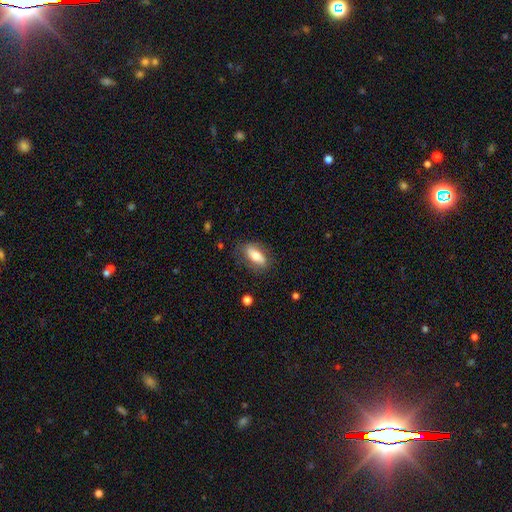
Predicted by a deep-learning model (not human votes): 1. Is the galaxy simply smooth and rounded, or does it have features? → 66% smooth, 27% featured or disk, 7% star or artifact.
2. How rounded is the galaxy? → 79% in between, 17% cigar-shaped, 4% round.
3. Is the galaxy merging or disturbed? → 76% none, 17% minor disturbance, 5% major disturbance, 1% merger.